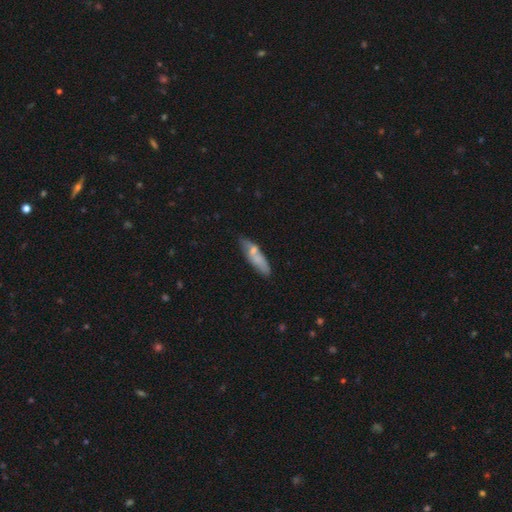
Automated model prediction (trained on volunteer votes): Q: Smooth or featured?
A: smooth (64%); runner-up: featured or disk (29%)
Q: How rounded?
A: cigar-shaped (62%); runner-up: in between (36%)
Q: Merging?
A: none (64%); runner-up: minor disturbance (22%)